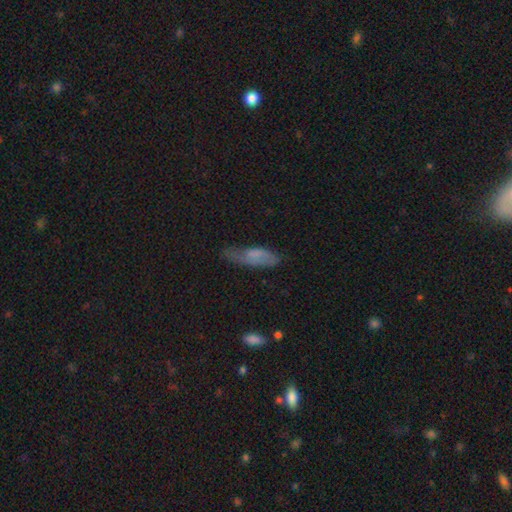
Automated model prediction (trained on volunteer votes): Q: Smooth or featured?
A: smooth (59%); runner-up: featured or disk (32%)
Q: How rounded?
A: in between (61%); runner-up: cigar-shaped (37%)
Q: Merging?
A: none (46%); runner-up: minor disturbance (33%)